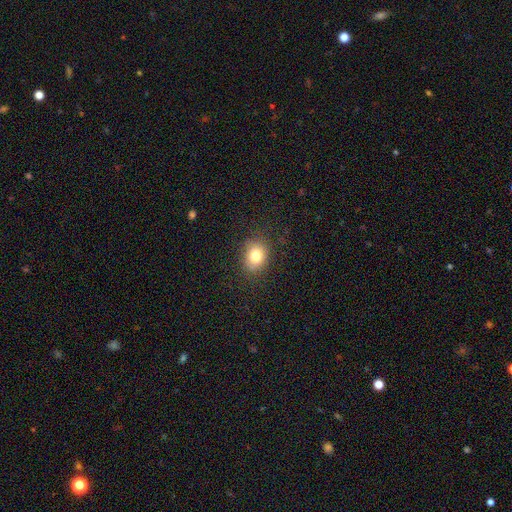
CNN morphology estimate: The model was most divided on "how rounded": round: 51%, in between: 48%, cigar-shaped: 1%. More confident: merging — none (83%); smooth or featured — smooth (79%).